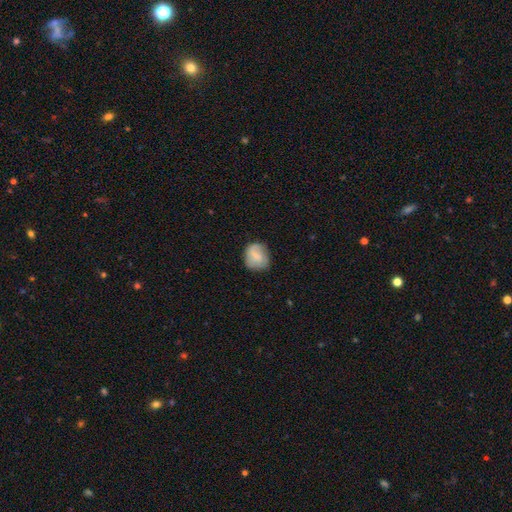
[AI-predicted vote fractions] smooth 64%, featured or disk 29%, star or artifact 7%. Down the decision tree: how rounded — round (72%); merging — none (65%).